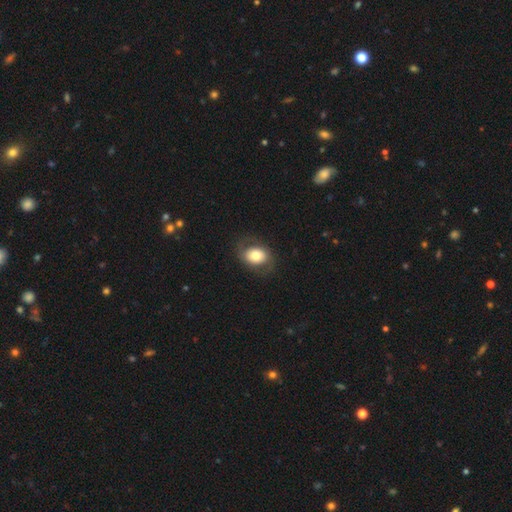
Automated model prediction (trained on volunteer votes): A smooth galaxy with no disk features (62%) that is in between round and cigar-shaped (62%).

Vote fractions:
- Smooth or featured? smooth: 62% / featured or disk: 31% / star or artifact: 7%
- How rounded? in between: 62% / round: 37% / cigar-shaped: 1%
- Merging? none: 75% / minor disturbance: 15% / major disturbance: 9% / merger: 1%